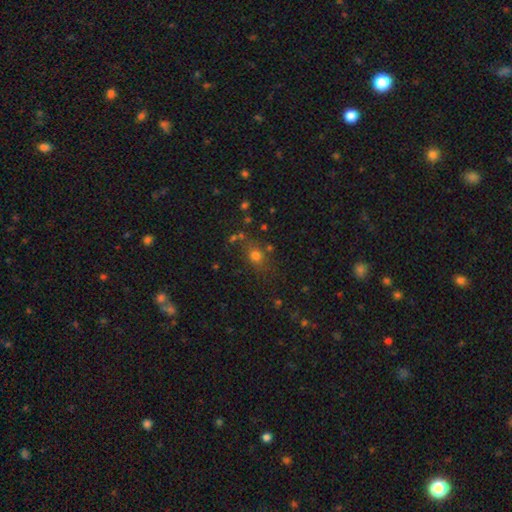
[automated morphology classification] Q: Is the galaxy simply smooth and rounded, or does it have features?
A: smooth — 70%.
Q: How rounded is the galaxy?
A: round — 57%.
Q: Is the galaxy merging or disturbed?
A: none — 69%.